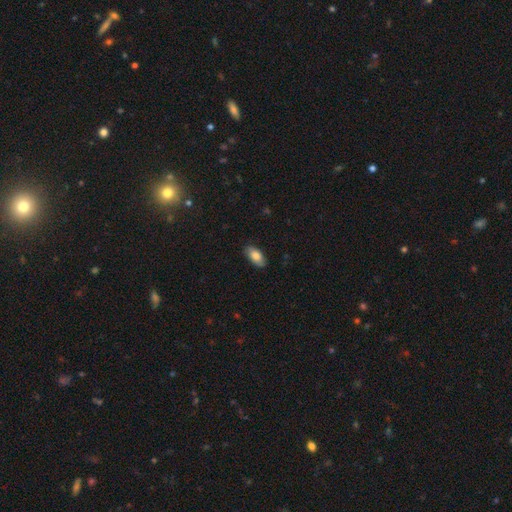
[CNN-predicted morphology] This appears to be a smooth galaxy with no disk features (81%) that is in between round and cigar-shaped (92%). Merging: none (86%).